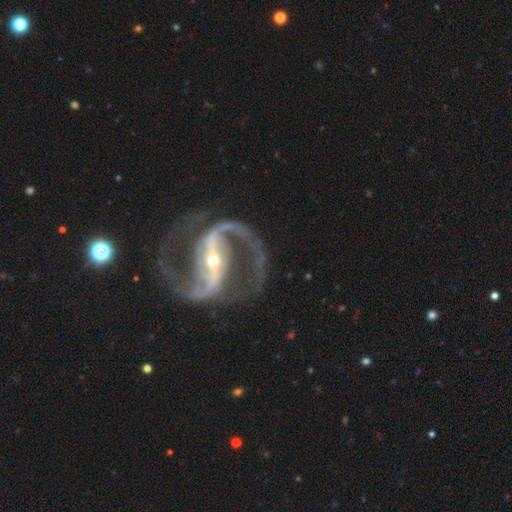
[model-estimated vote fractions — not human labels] A featured or disk galaxy (94%) with a strong bar (75%), 2 (94%) medium (64%) spiral arms (99%) and a small central bulge (70%).

Vote fractions:
- Smooth or featured? featured or disk: 94% / star or artifact: 4% / smooth: 2%
- Edge-on disk? no: 97% / yes: 3%
- Bar? strong: 75% / weak: 17% / no: 8%
- Spiral arms? yes: 99% / no: 1%
- Spiral winding? medium: 64% / loose: 22% / tight: 14%
- Spiral arm count? 2: 94% / 3: 1% / can't tell: 1% / 1: 1% / 4: 1% / more than 4: 1%
- Bulge size? small: 70% / moderate: 27% / large: 2% / none: 1% / dominant: 1%
- Merging? none: 79% / minor disturbance: 11% / major disturbance: 8% / merger: 2%